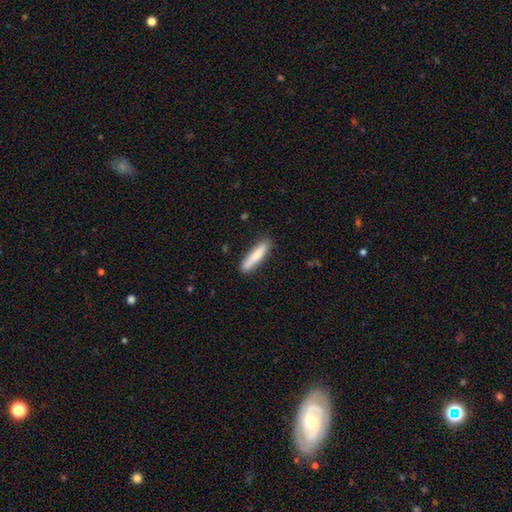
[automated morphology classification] smooth 79%, featured or disk 15%, star or artifact 6%. Down the decision tree: how rounded — cigar-shaped (86%); merging — none (86%).